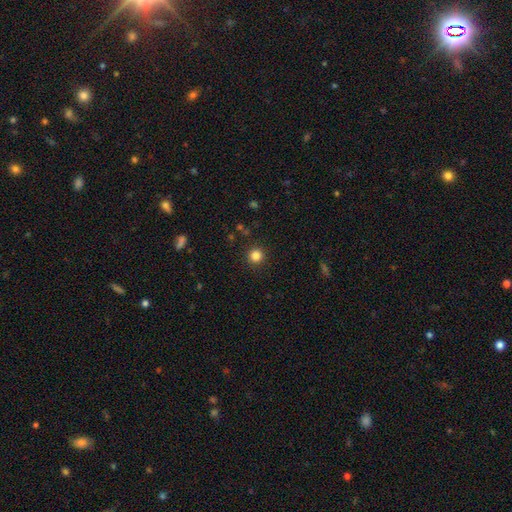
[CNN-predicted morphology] Q: Smooth or featured?
A: smooth (84%); runner-up: star or artifact (12%)
Q: How rounded?
A: round (95%); runner-up: in between (4%)
Q: Merging?
A: none (91%); runner-up: minor disturbance (5%)